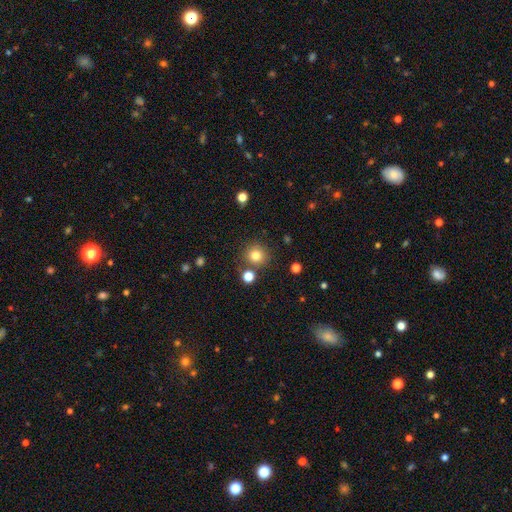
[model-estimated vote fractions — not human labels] smooth-or-featured: smooth: 80% | star or artifact: 13% | featured or disk: 7%
  how-rounded: round: 92% | in between: 7% | cigar-shaped: 1%
  merging: none: 81% | minor disturbance: 8% | merger: 8% | major disturbance: 3%